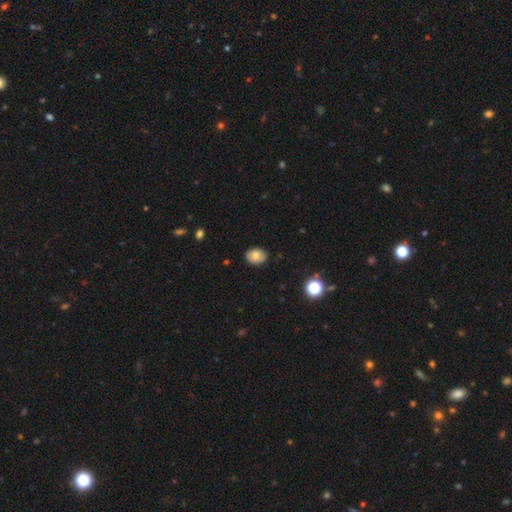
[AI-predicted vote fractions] This appears to be a smooth galaxy with no disk features (78%) that is in between round and cigar-shaped (65%). Merging: none (86%).